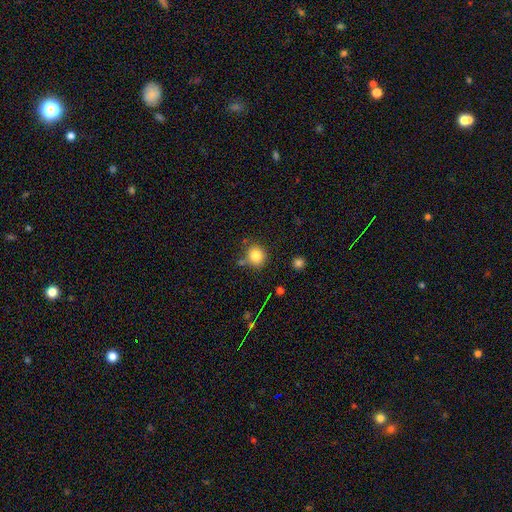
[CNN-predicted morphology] smooth-or-featured: smooth: 81% | star or artifact: 11% | featured or disk: 7%
  how-rounded: round: 80% | in between: 19% | cigar-shaped: 1%
  merging: none: 74% | minor disturbance: 13% | merger: 9% | major disturbance: 4%